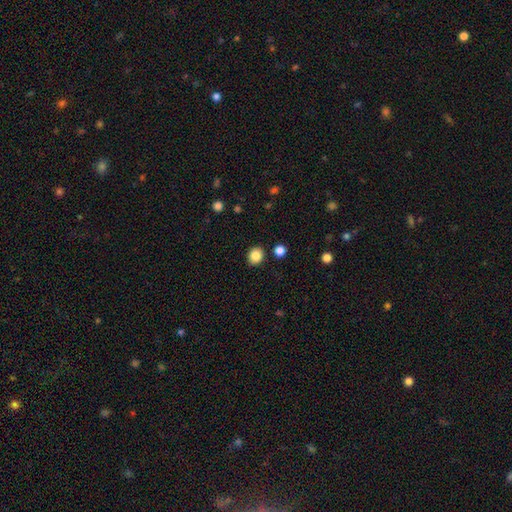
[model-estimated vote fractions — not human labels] Overall: smooth (86%). How rounded: round (69%; in between 30%). Merging: none (88%).